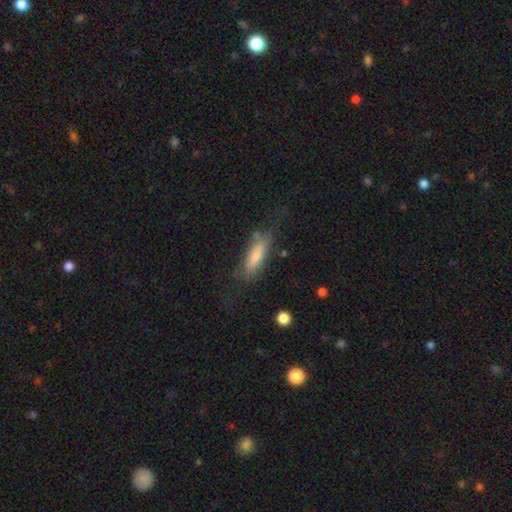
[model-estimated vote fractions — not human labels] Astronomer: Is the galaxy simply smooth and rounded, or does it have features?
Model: smooth — 69%.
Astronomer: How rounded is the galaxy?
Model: cigar-shaped — 52% (runner-up: in between, 46%).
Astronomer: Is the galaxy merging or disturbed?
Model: none — 62%.